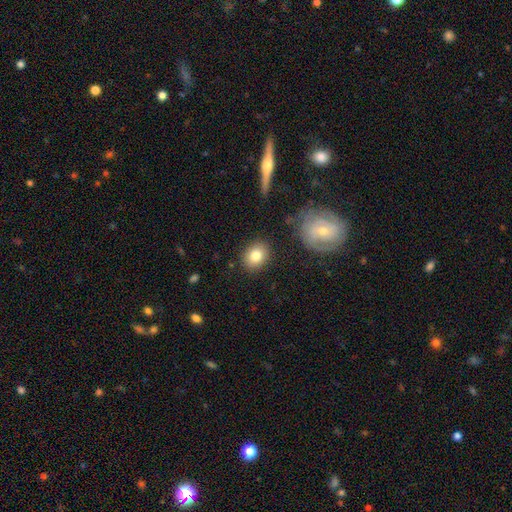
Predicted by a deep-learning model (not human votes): Morphology: type=smooth (81%); roundness=round (52%); merging=none (87%).